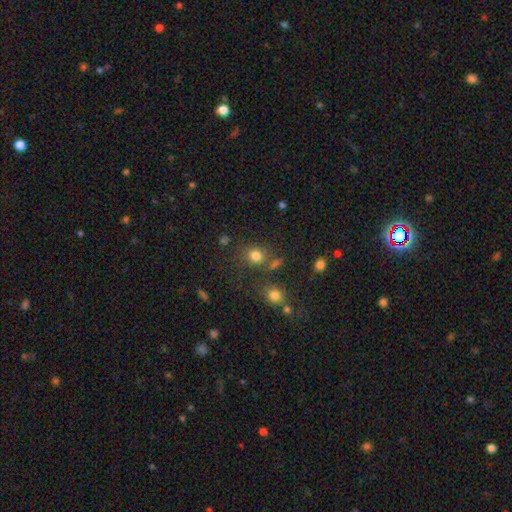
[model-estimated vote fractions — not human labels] smooth-or-featured: smooth: 77% | star or artifact: 16% | featured or disk: 7%
  how-rounded: round: 69% | in between: 30% | cigar-shaped: 1%
  merging: none: 67% | merger: 13% | minor disturbance: 13% | major disturbance: 7%